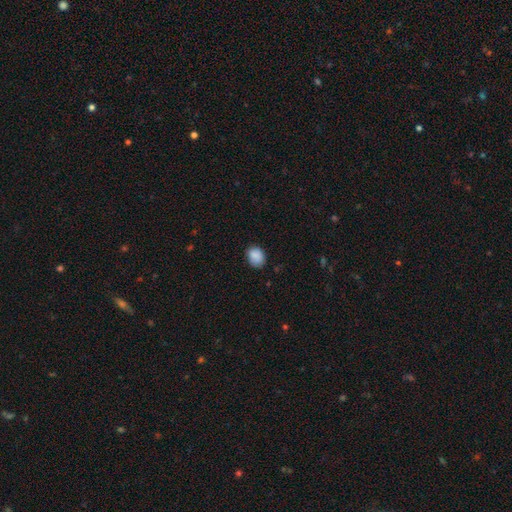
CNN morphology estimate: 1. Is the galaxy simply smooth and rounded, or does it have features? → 88% smooth, 8% star or artifact, 4% featured or disk.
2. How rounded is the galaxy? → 58% in between, 41% round, 1% cigar-shaped.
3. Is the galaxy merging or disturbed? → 77% none, 18% minor disturbance, 3% major disturbance, 1% merger.